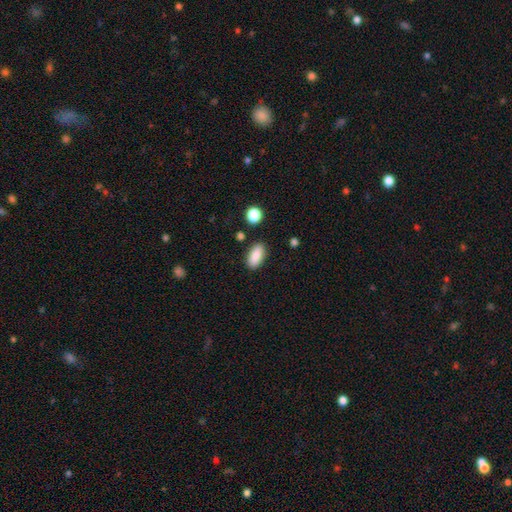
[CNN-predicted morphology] Smooth or featured? smooth (87%)
How rounded? in between (87%)
Merging? none (86%)